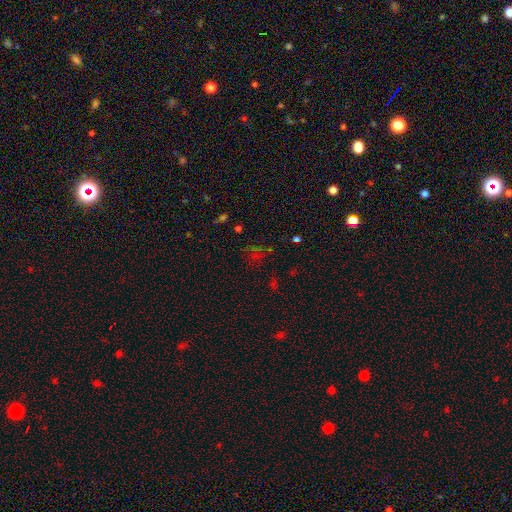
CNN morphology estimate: Smooth or featured?
  - star or artifact: 55% *
  - smooth: 33%
  - featured or disk: 12%